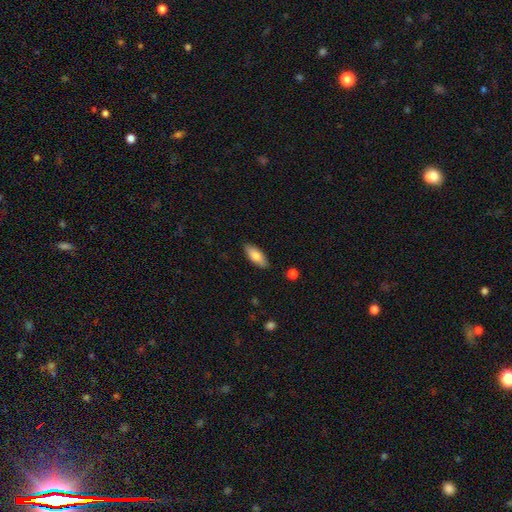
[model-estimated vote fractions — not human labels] This appears to be a smooth galaxy with no disk features (79%) that is in between round and cigar-shaped (79%). Merging: none (87%).